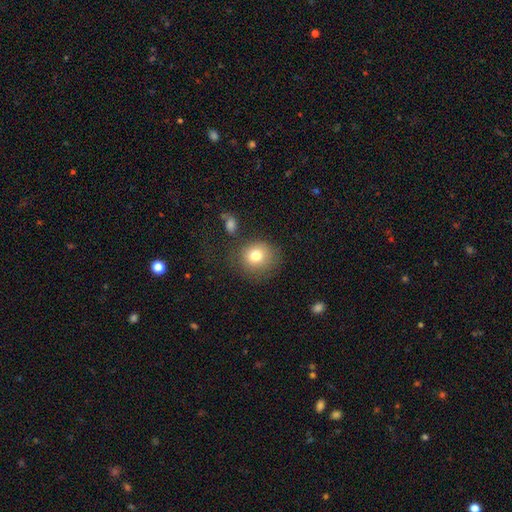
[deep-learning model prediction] The model was most divided on "merging": none: 72%, minor disturbance: 15%, major disturbance: 7%, merger: 5%. More confident: how rounded — round (83%); smooth or featured — smooth (79%).